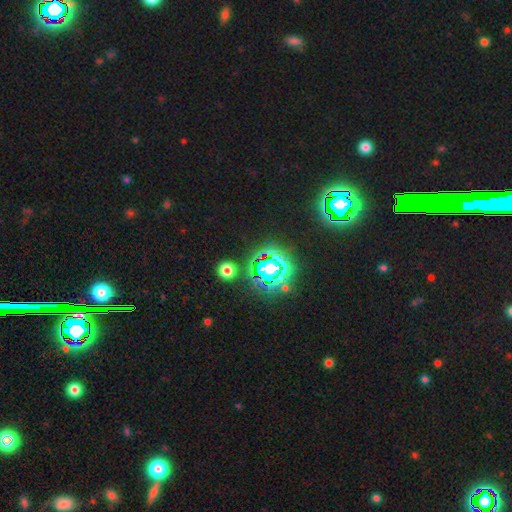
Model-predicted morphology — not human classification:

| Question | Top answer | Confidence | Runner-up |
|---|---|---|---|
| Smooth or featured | star or artifact | 81% | smooth (12%) |